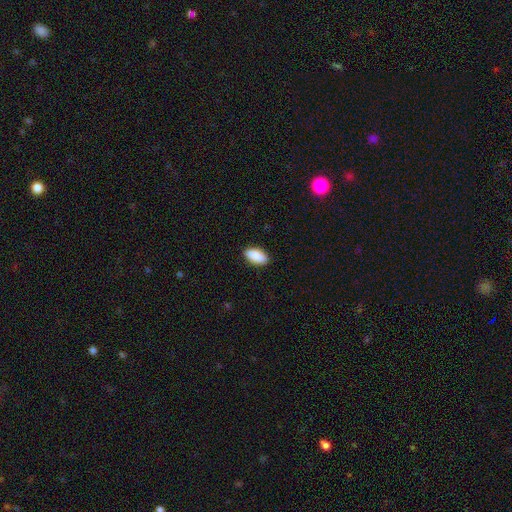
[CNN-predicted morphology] A smooth galaxy with no disk features (90%) that is in between round and cigar-shaped (93%). Merging: none (89%).